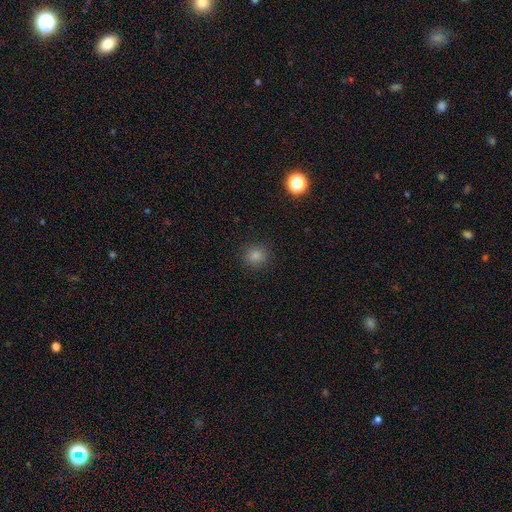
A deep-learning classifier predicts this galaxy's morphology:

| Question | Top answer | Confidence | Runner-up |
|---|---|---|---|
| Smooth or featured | smooth | 83% | star or artifact (13%) |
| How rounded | round | 87% | in between (12%) |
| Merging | none | 90% | minor disturbance (6%) |